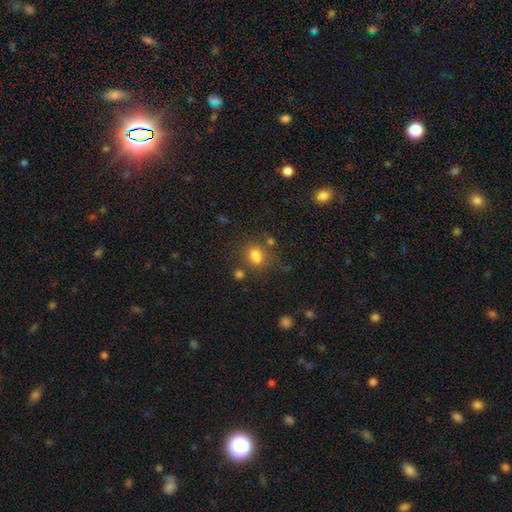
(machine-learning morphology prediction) This is likely a smooth galaxy (73%). How rounded: possibly in between (52%). Merging: possibly none (52%).